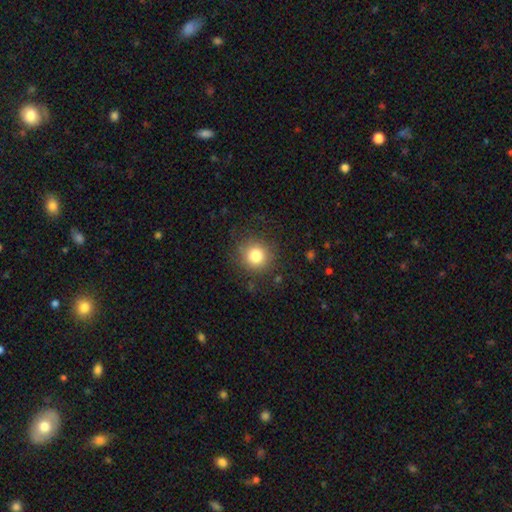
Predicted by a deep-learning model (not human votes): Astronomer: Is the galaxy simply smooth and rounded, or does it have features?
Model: smooth — 81%.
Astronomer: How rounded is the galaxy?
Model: round — 91%.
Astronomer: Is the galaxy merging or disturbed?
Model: none — 85%.